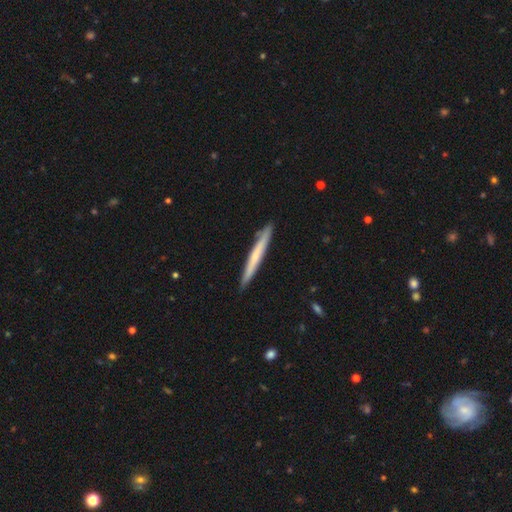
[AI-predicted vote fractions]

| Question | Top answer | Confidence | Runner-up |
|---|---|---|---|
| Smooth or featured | smooth | 53% | featured or disk (41%) |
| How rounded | cigar-shaped | 97% | in between (2%) |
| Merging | none | 90% | minor disturbance (7%) |